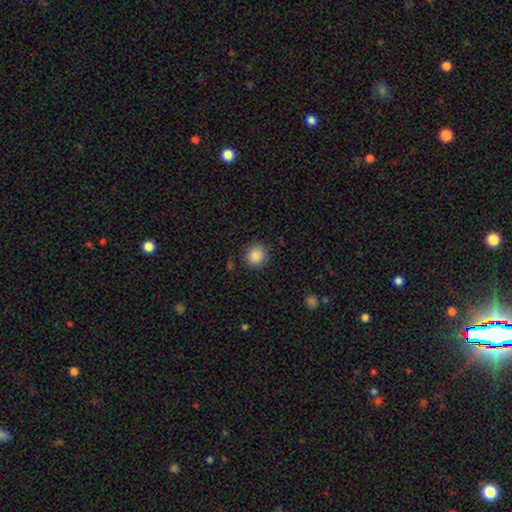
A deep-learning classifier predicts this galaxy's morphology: smooth 87%, star or artifact 9%, featured or disk 4%. Down the decision tree: how rounded — round (90%); merging — none (88%).